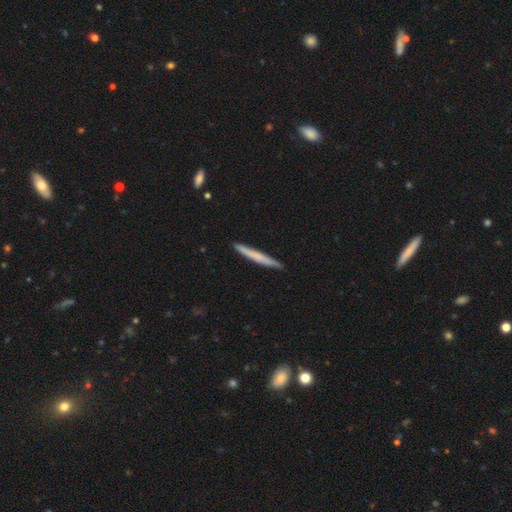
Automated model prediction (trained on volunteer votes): smooth-or-featured: smooth: 60% | featured or disk: 34% | star or artifact: 5%
  how-rounded: cigar-shaped: 97% | in between: 2% | round: 1%
  merging: none: 90% | minor disturbance: 7% | major disturbance: 1% | merger: 1%